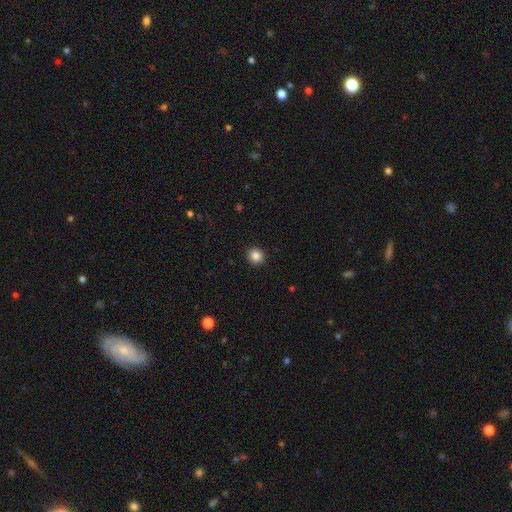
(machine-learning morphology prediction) smooth-or-featured: smooth: 86% | star or artifact: 10% | featured or disk: 4%
  how-rounded: round: 90% | in between: 9% | cigar-shaped: 1%
  merging: none: 92% | minor disturbance: 5% | major disturbance: 2% | merger: 1%